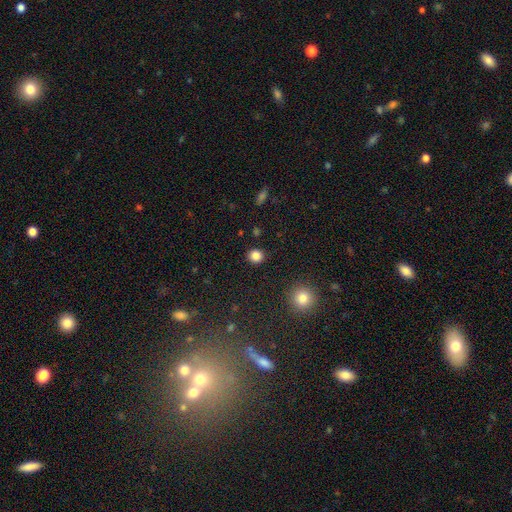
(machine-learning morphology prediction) type=smooth (85%); roundness=round (84%); merging=none (90%).